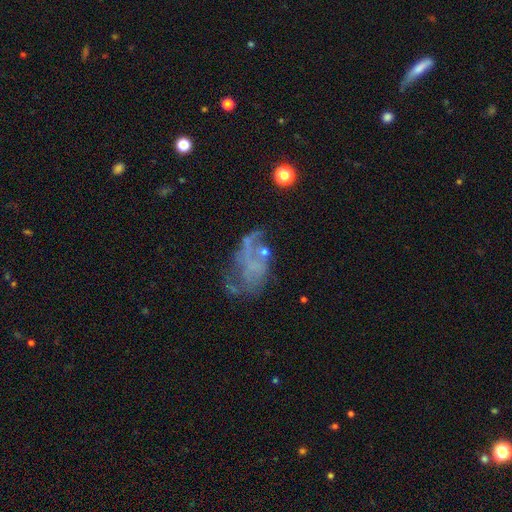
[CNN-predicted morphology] A featured or disk galaxy (62%) with no bar (83%), no spiral arms (63%) and no central bulge (77%). Merging: major disturbance (38%).